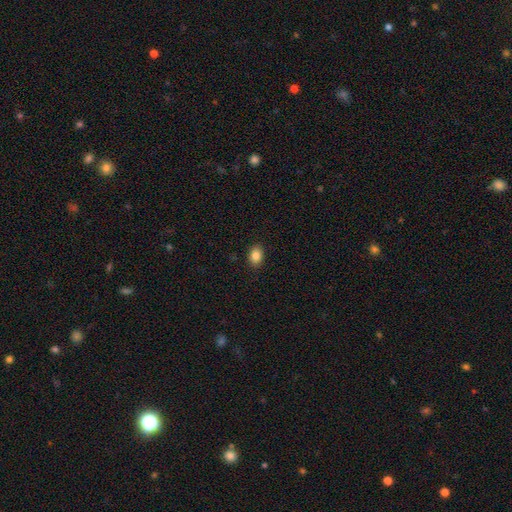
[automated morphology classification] smooth-or-featured: smooth: 86% | star or artifact: 9% | featured or disk: 5%
  how-rounded: in between: 81% | round: 18% | cigar-shaped: 1%
  merging: none: 89% | minor disturbance: 8% | major disturbance: 2% | merger: 1%